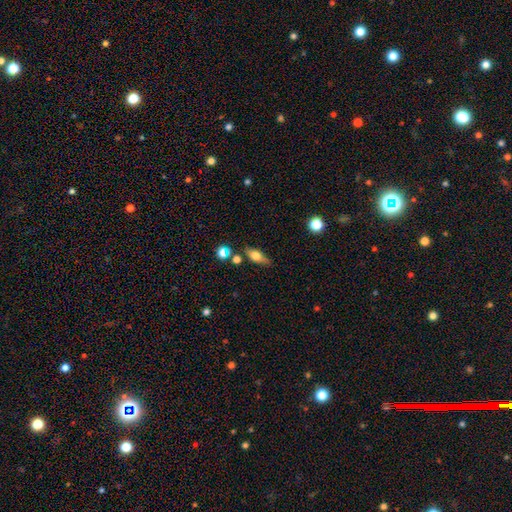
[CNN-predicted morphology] Smooth or featured: smooth — 56% (featured or disk — 35%)
How rounded: in between — 65% (cigar-shaped — 28%)
Merging: none — 70% (minor disturbance — 18%)